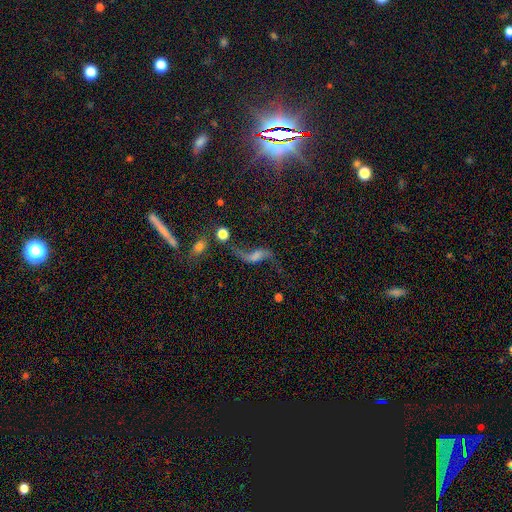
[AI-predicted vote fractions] smooth_or_featured: featured or disk (p=0.76) [alt: smooth p=0.13]
disk_edge_on: no (p=0.91) [alt: yes p=0.09]
bar: no (p=0.46) [alt: weak p=0.38]
has_spiral_arms: yes (p=0.93) [alt: no p=0.07]
spiral_winding: loose (p=0.95) [alt: medium p=0.04]
spiral_arm_count: 2 (p=0.92) [alt: 1 p=0.04]
bulge_size: none (p=0.38) [alt: small p=0.27]
merging: none (p=0.57) [alt: minor disturbance p=0.16]